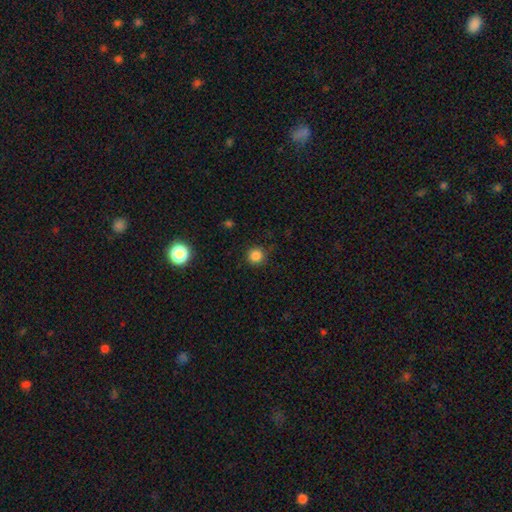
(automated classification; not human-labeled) smooth_or_featured: smooth (p=0.84) [alt: star or artifact p=0.13]
how_rounded: round (p=0.95) [alt: in between p=0.04]
merging: none (p=0.88) [alt: minor disturbance p=0.08]